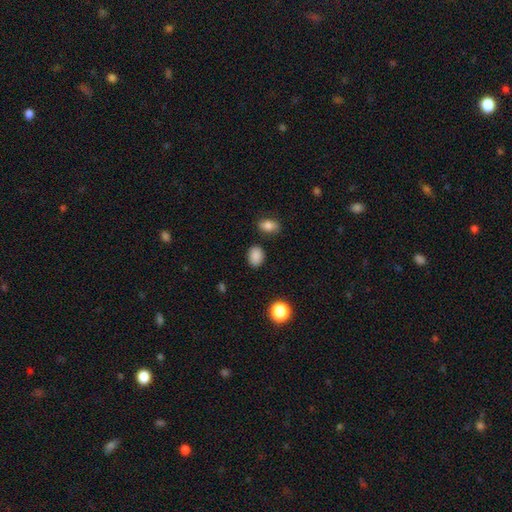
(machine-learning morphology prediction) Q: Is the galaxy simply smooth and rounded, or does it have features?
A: smooth — 87%.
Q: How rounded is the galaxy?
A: in between — 69%.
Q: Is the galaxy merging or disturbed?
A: none — 84%.